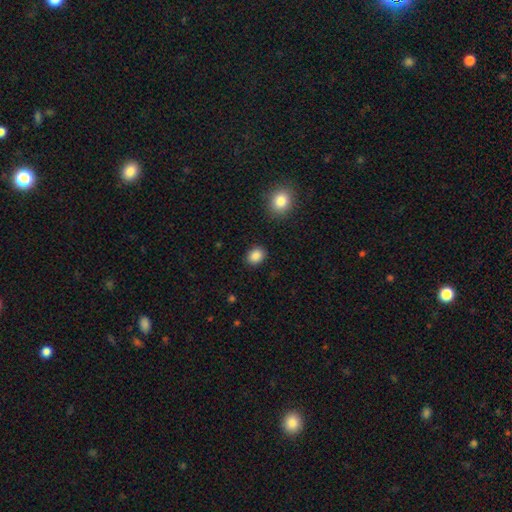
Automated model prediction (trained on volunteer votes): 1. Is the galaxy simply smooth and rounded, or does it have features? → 88% smooth, 9% star or artifact, 3% featured or disk.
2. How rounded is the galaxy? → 51% in between, 48% round, 1% cigar-shaped.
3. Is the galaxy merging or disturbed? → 89% none, 7% minor disturbance, 2% major disturbance, 2% merger.